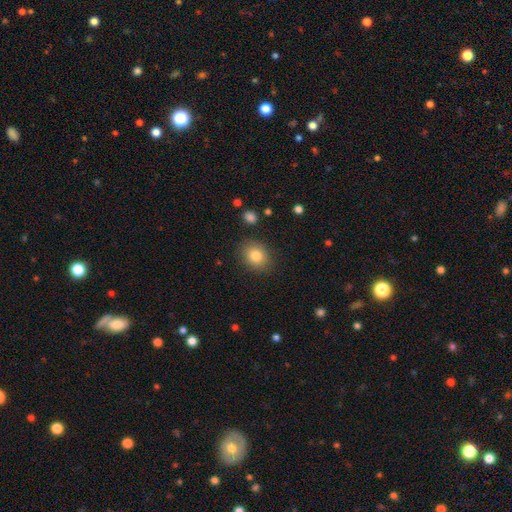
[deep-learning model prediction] Smooth or featured? smooth (82%)
How rounded? round (59%)
Merging? none (86%)